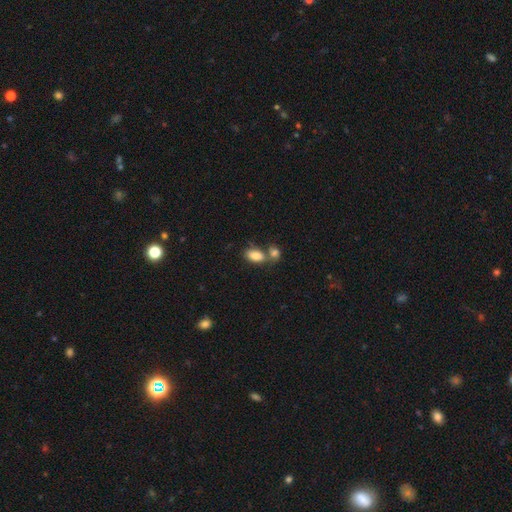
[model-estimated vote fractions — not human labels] Smooth or featured? Predicted: smooth (p=0.84). How rounded? Predicted: in between (p=0.90). Merging? Predicted: merger (p=0.43).